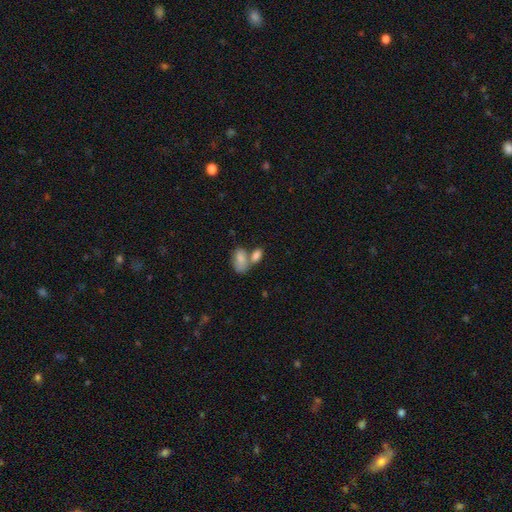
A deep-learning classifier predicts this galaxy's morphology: smooth 83%, featured or disk 10%, star or artifact 7%. Down the decision tree: how rounded — in between (91%); merging — merger (53%).